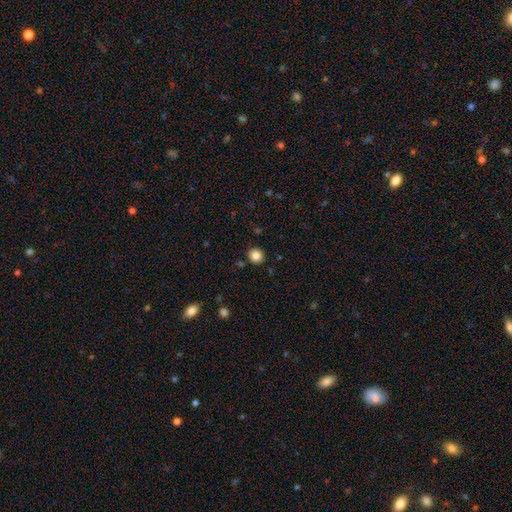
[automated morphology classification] Smooth or featured?
  - smooth: 84% *
  - star or artifact: 11%
  - featured or disk: 5%
How rounded?
  - round: 91% *
  - in between: 8%
  - cigar-shaped: 1%
Merging?
  - none: 90% *
  - minor disturbance: 6%
  - merger: 2%
  - major disturbance: 2%